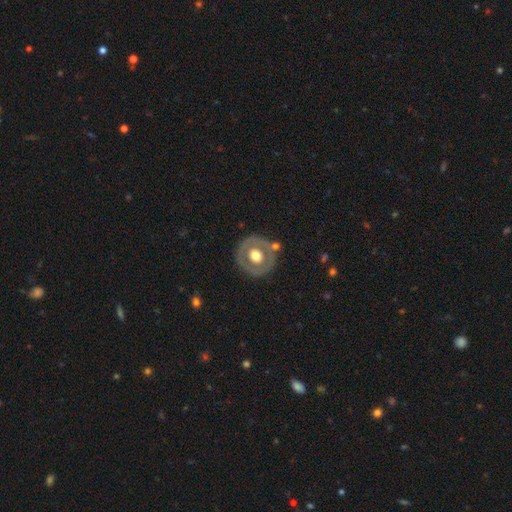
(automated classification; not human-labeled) smooth-or-featured: featured or disk: 52% | smooth: 42% | star or artifact: 6%
  disk-edge-on: no: 94% | yes: 6%
  merging: none: 76% | minor disturbance: 12% | merger: 7% | major disturbance: 5%